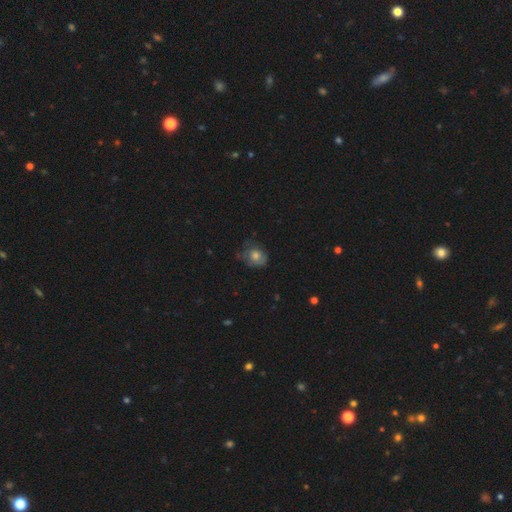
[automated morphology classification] A smooth galaxy with no disk features (69%) that is round (63%).

Vote fractions:
- Smooth or featured? smooth: 69% / featured or disk: 21% / star or artifact: 10%
- How rounded? round: 63% / in between: 36% / cigar-shaped: 1%
- Merging? none: 50% / minor disturbance: 32% / major disturbance: 16% / merger: 2%